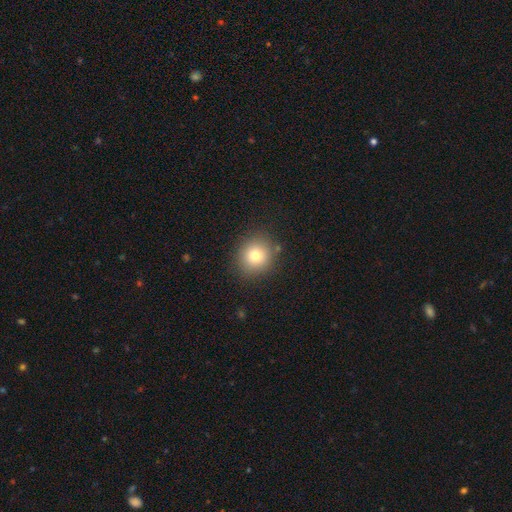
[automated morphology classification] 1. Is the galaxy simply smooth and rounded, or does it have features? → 77% smooth, 13% star or artifact, 10% featured or disk.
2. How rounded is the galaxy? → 88% round, 11% in between, 1% cigar-shaped.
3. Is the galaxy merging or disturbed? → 86% none, 8% minor disturbance, 3% major disturbance, 2% merger.